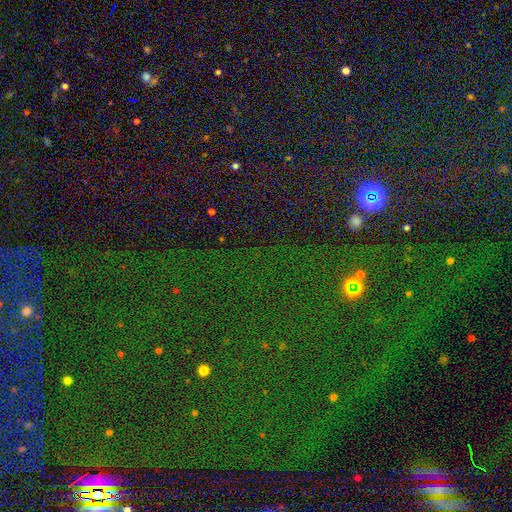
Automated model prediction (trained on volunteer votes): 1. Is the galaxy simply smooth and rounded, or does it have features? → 83% star or artifact, 10% smooth, 7% featured or disk.